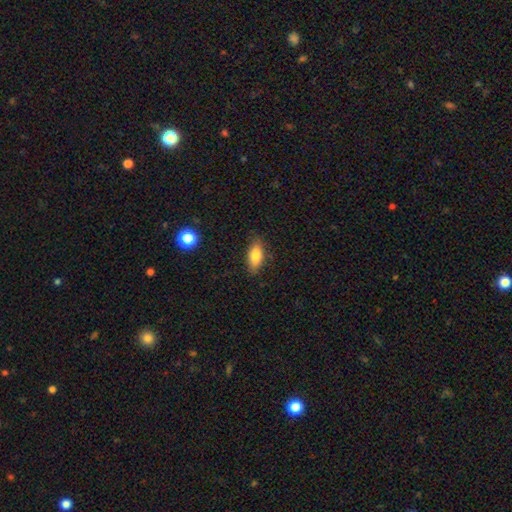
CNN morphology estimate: A smooth galaxy with no disk features (82%) that is in between round and cigar-shaped (84%).

Vote fractions:
- Smooth or featured? smooth: 82% / featured or disk: 10% / star or artifact: 8%
- How rounded? in between: 84% / cigar-shaped: 12% / round: 4%
- Merging? none: 81% / minor disturbance: 14% / major disturbance: 3% / merger: 1%